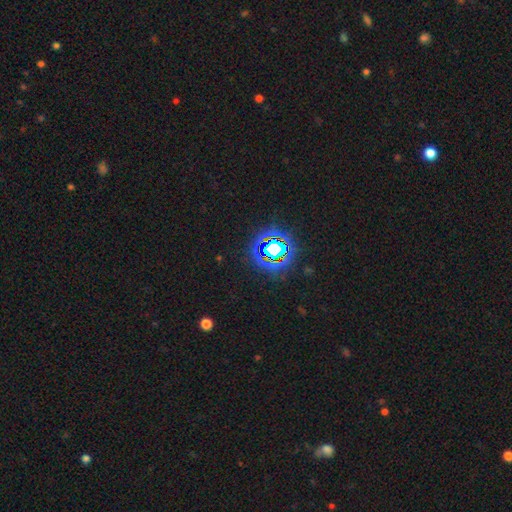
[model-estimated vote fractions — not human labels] Smooth or featured? star or artifact (83%)